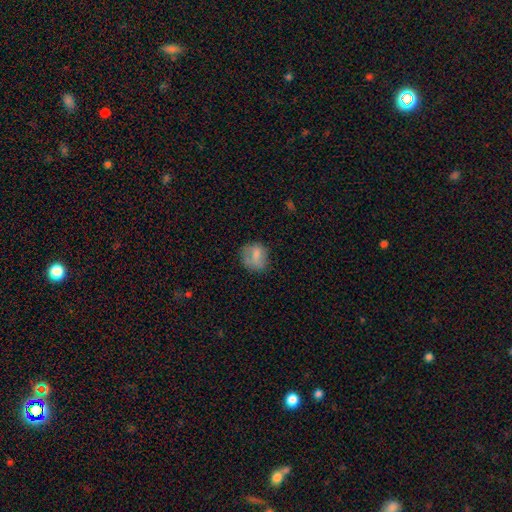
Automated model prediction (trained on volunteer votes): Morphology: type=smooth (71%); roundness=round (65%); merging=none (58%).